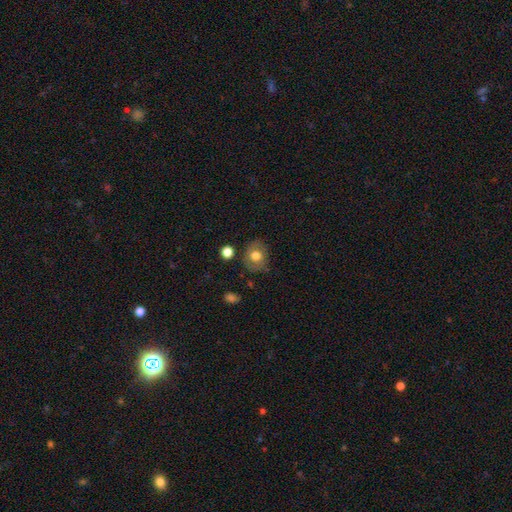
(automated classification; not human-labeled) Smooth or featured?
  - smooth: 70% *
  - featured or disk: 21%
  - star or artifact: 9%
How rounded?
  - round: 65% *
  - in between: 34%
  - cigar-shaped: 1%
Merging?
  - none: 75% *
  - minor disturbance: 17%
  - major disturbance: 5%
  - merger: 3%